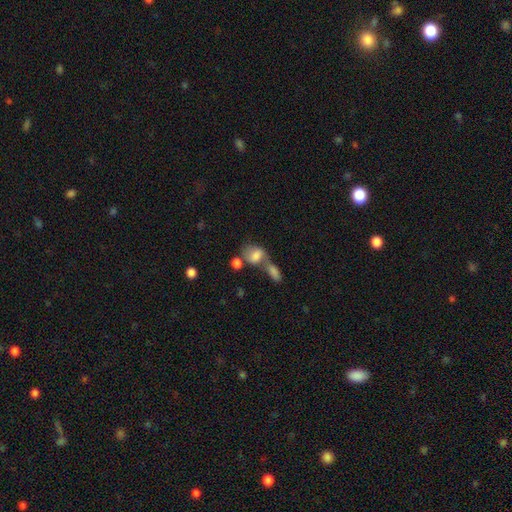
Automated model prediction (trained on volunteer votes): Smooth or featured?
  - smooth: 71% *
  - featured or disk: 19%
  - star or artifact: 10%
How rounded?
  - in between: 73% *
  - round: 25%
  - cigar-shaped: 3%
Merging?
  - merger: 55% *
  - none: 26%
  - minor disturbance: 11%
  - major disturbance: 9%